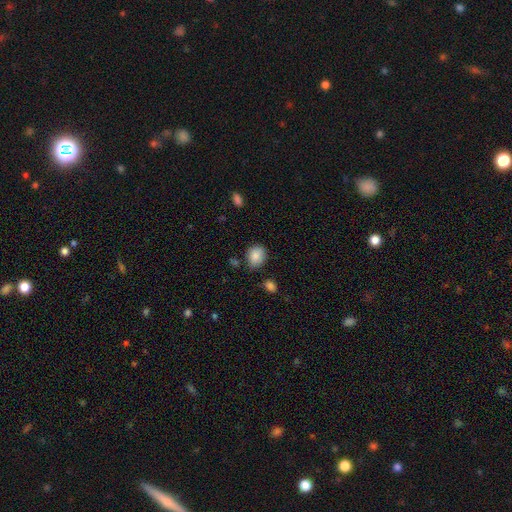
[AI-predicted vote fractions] A smooth galaxy with no disk features (87%) that is round (55%). Merging: none (77%).